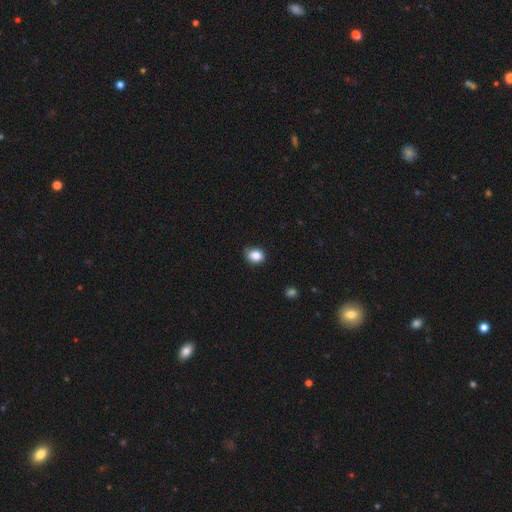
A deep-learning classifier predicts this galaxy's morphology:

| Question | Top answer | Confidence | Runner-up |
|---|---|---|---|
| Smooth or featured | smooth | 85% | star or artifact (10%) |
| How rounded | round | 51% | in between (48%) |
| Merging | none | 75% | minor disturbance (21%) |